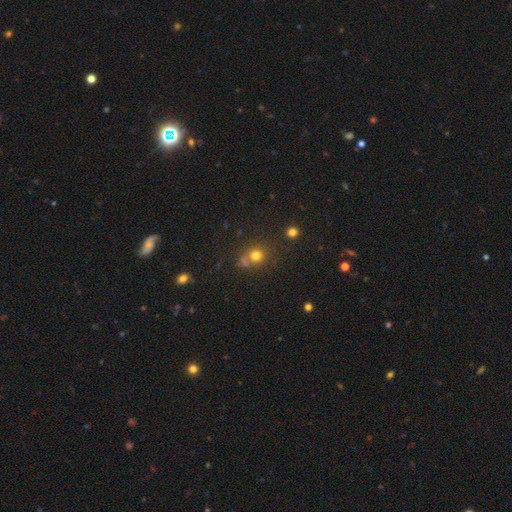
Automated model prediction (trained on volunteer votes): This appears to be a smooth galaxy with no disk features (73%) that is round (84%). Merging: none (58%).